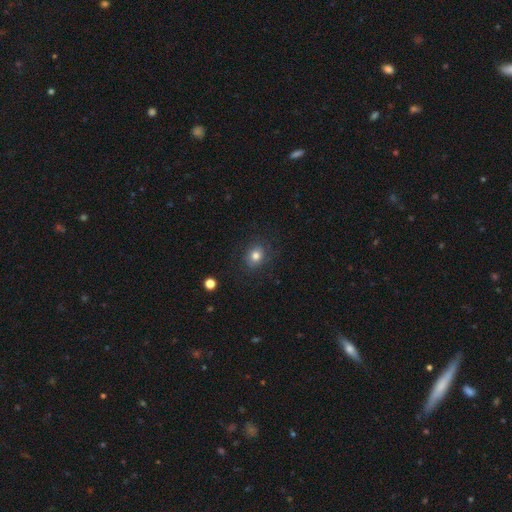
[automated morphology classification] smooth_or_featured: smooth (p=0.78) [alt: star or artifact p=0.11]
how_rounded: round (p=0.63) [alt: in between p=0.36]
merging: none (p=0.82) [alt: minor disturbance p=0.12]